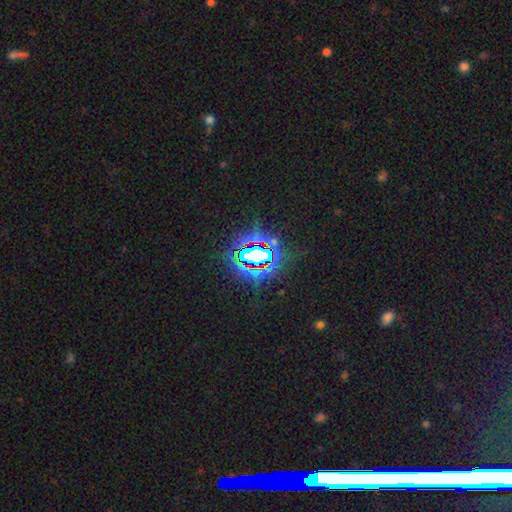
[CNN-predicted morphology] type=star or artifact (79%).